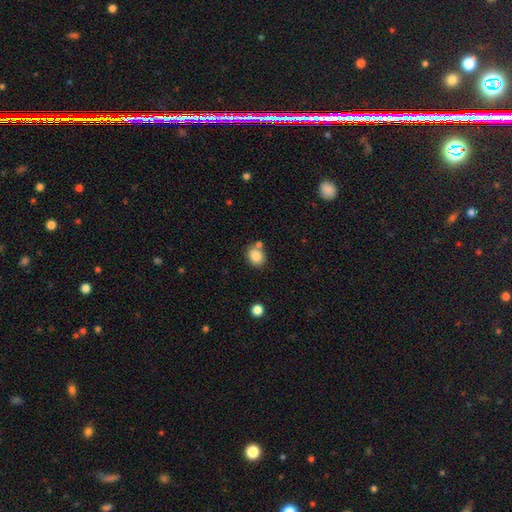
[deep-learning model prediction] Overall: smooth (84%). How rounded: round (57%; in between 42%). Merging: none (66%).